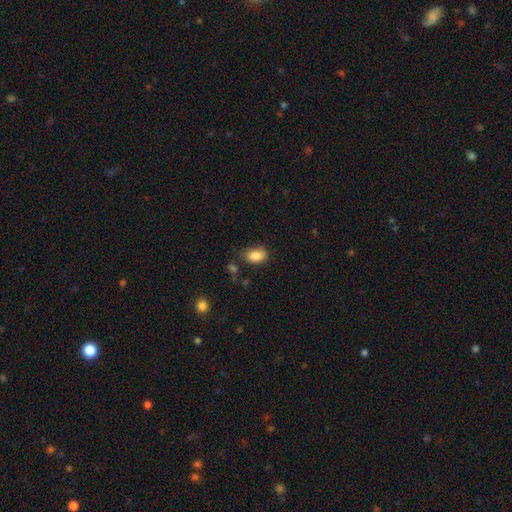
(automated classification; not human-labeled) Smooth or featured? smooth (86%)
How rounded? in between (86%)
Merging? none (71%)